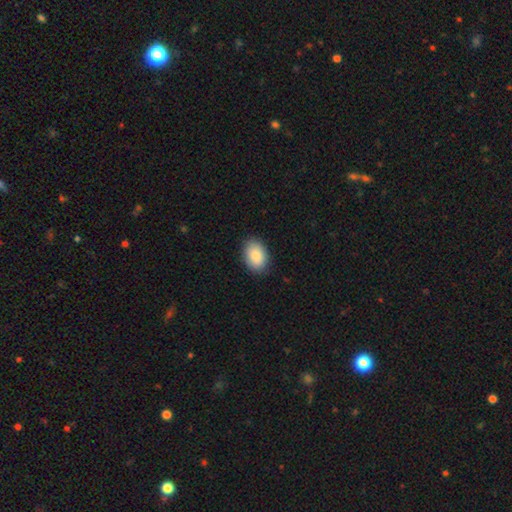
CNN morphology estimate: smooth 89%, star or artifact 6%, featured or disk 5%. Down the decision tree: how rounded — in between (85%); merging — none (87%).